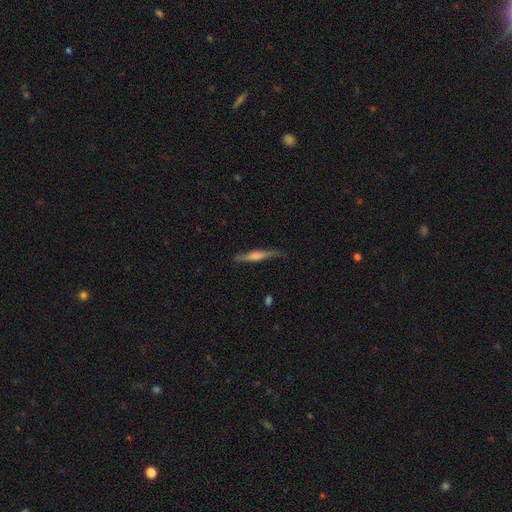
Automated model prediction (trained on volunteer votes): Smooth or featured?
  - featured or disk: 67% *
  - smooth: 25%
  - star or artifact: 8%
Edge-on disk?
  - yes: 95% *
  - no: 5%
Edge-on bulge?
  - rounded: 68% *
  - boxy: 17%
  - none: 14%
Merging?
  - none: 83% *
  - minor disturbance: 13%
  - major disturbance: 3%
  - merger: 1%